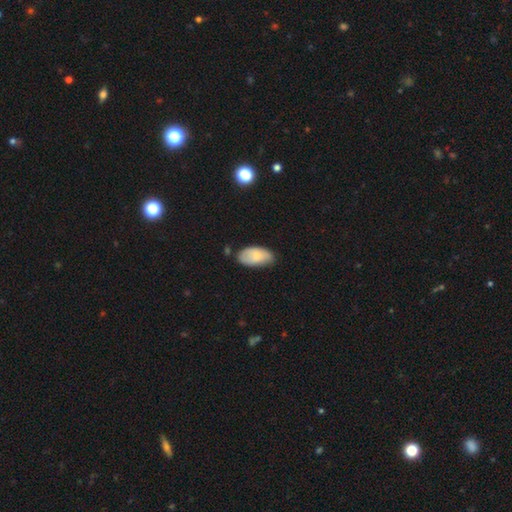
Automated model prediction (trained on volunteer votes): smooth 76%, featured or disk 17%, star or artifact 6%. Down the decision tree: how rounded — in between (95%); merging — none (61%).